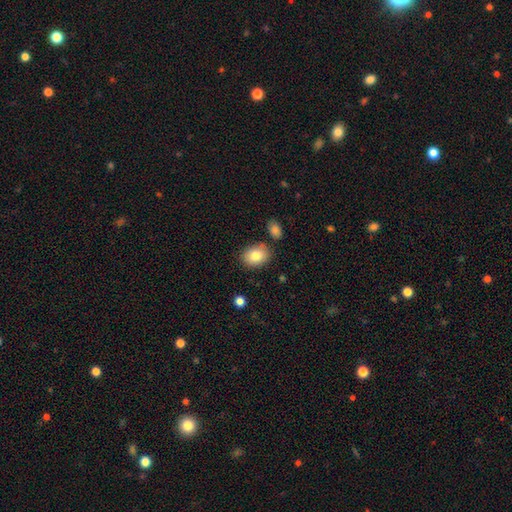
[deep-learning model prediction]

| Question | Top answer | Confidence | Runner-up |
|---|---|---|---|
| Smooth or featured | smooth | 82% | featured or disk (10%) |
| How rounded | in between | 68% | round (31%) |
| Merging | none | 81% | minor disturbance (11%) |